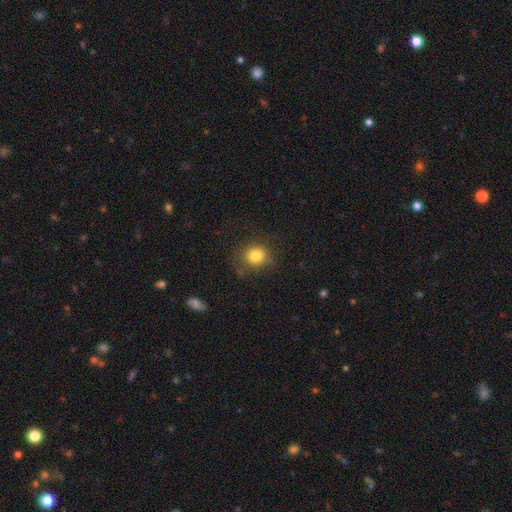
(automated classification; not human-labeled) smooth-or-featured: smooth: 82% | star or artifact: 11% | featured or disk: 7%
  how-rounded: round: 87% | in between: 12% | cigar-shaped: 1%
  merging: none: 77% | minor disturbance: 16% | major disturbance: 6% | merger: 2%